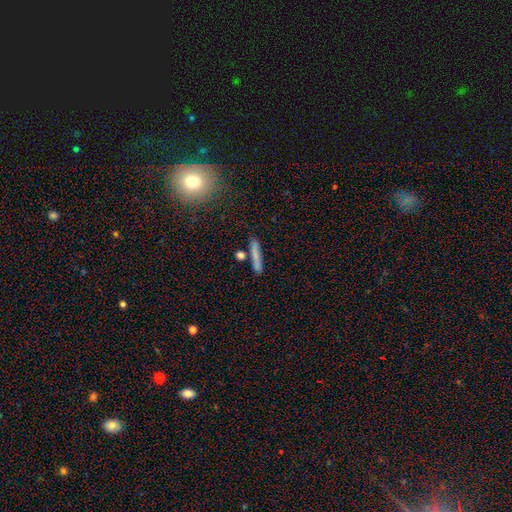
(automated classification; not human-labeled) A smooth galaxy with no disk features (73%) that is cigar-shaped (89%). Merging: none (77%).